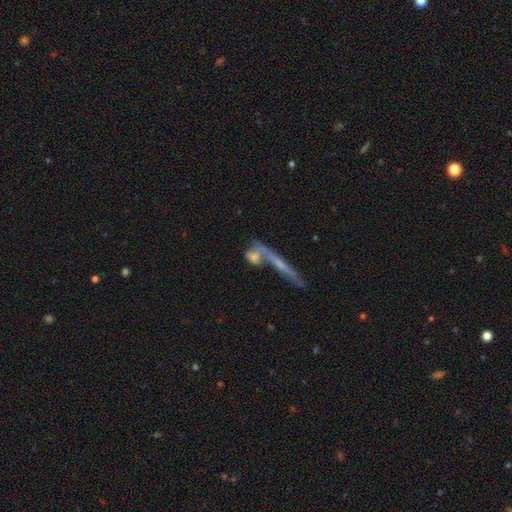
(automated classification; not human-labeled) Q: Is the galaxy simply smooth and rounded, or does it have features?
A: smooth — 56%.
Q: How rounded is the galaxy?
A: cigar-shaped — 39%.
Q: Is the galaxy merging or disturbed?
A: merger — 45%.